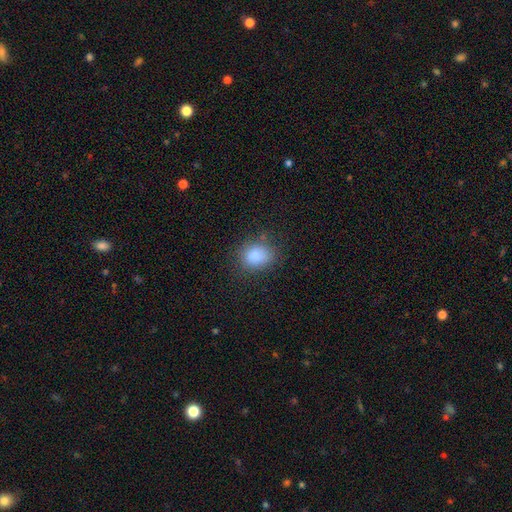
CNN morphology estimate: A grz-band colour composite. It shows a smooth galaxy with no disk features (85%) that is round (54%). Merging: none (75%).